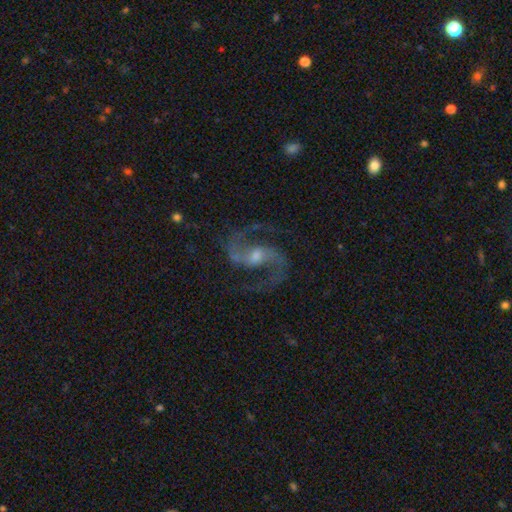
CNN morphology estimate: This is clearly a featured or disk galaxy (93%). It is clearly not viewed edge-on (98%). Bar: marginally weak (45%). Spiral arm pattern: clearly yes (98%). Spiral arm count: clearly 2 (94%). Spiral winding: likely medium (63%). Central bulge: possibly moderate (51%). Merging: clearly none (81%).